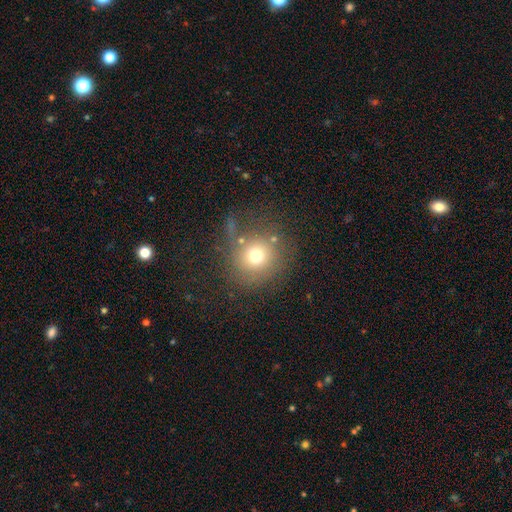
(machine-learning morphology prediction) The model was most divided on "merging": none: 65%, minor disturbance: 16%, major disturbance: 14%, merger: 5%. More confident: how rounded — round (90%); smooth or featured — smooth (69%).